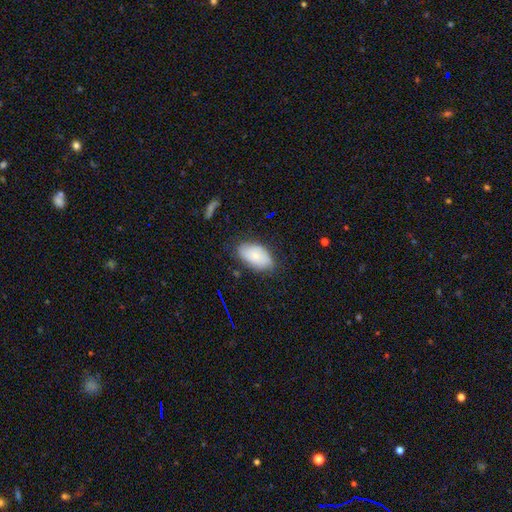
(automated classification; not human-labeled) smooth-or-featured: smooth: 72% | featured or disk: 21% | star or artifact: 7%
  how-rounded: in between: 94% | round: 4% | cigar-shaped: 2%
  merging: none: 73% | minor disturbance: 21% | major disturbance: 4% | merger: 2%